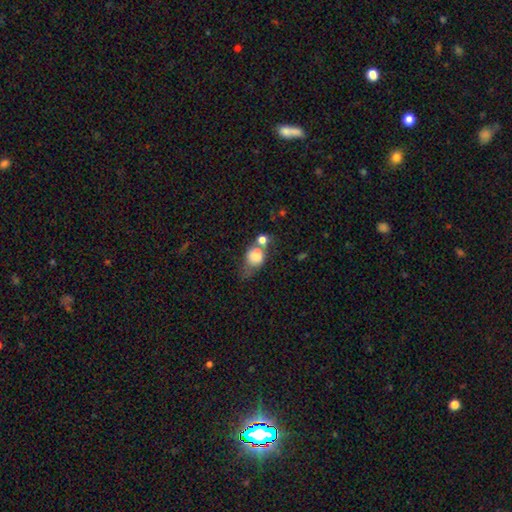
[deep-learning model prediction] Smooth or featured: smooth — 74% (featured or disk — 16%)
How rounded: round — 50% (in between — 49%)
Merging: merger — 38% (none — 27%)